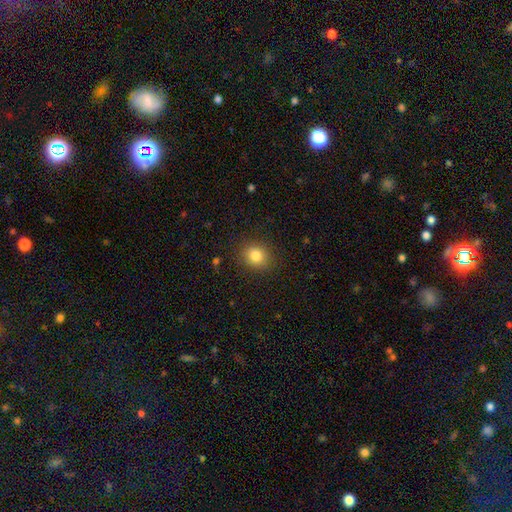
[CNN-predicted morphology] Q: Smooth or featured?
A: smooth (82%); runner-up: star or artifact (11%)
Q: How rounded?
A: round (73%); runner-up: in between (26%)
Q: Merging?
A: none (88%); runner-up: minor disturbance (8%)